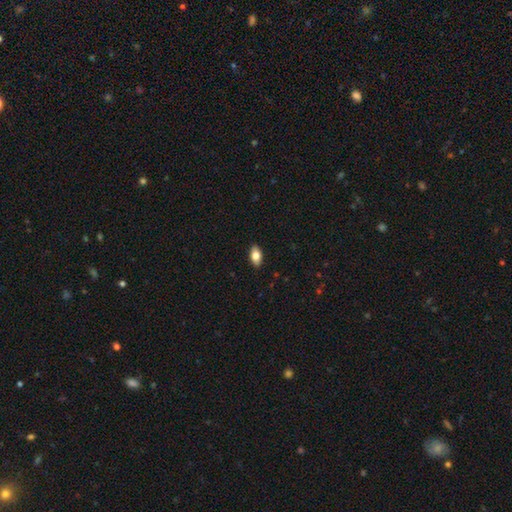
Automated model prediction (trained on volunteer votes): Smooth or featured: smooth — 78% (featured or disk — 14%)
How rounded: in between — 90% (cigar-shaped — 5%)
Merging: none — 89% (minor disturbance — 8%)